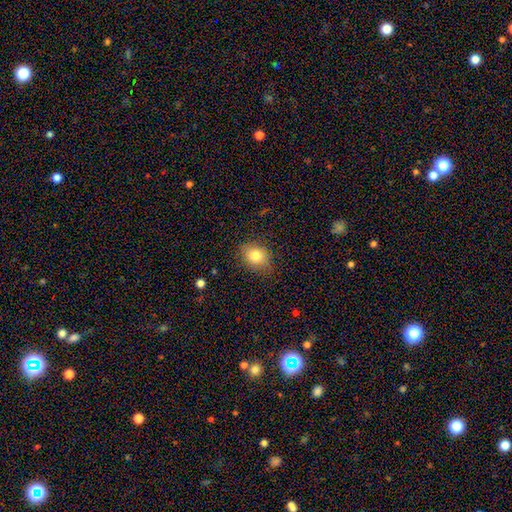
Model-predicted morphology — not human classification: The model was most divided on "how rounded": round: 59%, in between: 40%, cigar-shaped: 1%. More confident: merging — none (82%); smooth or featured — smooth (80%).